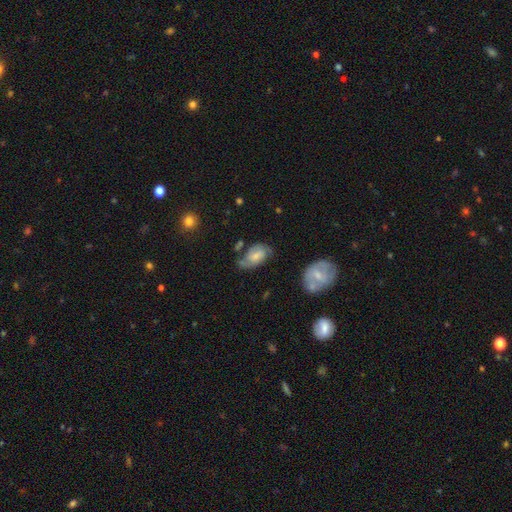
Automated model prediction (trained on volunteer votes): This is possibly a featured or disk galaxy (54%). It is clearly not viewed edge-on (96%). Bar: marginally weak (45%). Spiral arm pattern: clearly yes (86%). Central bulge: marginally small (43%). Merging: possibly none (47%).